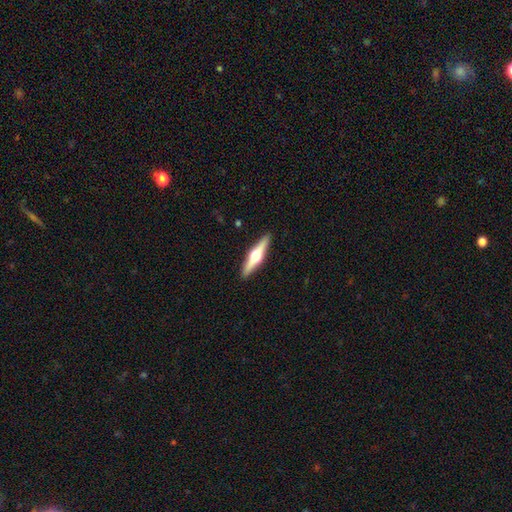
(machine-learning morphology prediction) A featured or disk galaxy (69%) viewed edge-on (98%) with a rounded central bulge (95%).

Vote fractions:
- Smooth or featured? featured or disk: 69% / smooth: 26% / star or artifact: 5%
- Edge-on disk? yes: 98% / no: 2%
- Edge-on bulge? rounded: 95% / boxy: 3% / none: 2%
- Merging? none: 91% / minor disturbance: 6% / major disturbance: 1% / merger: 1%